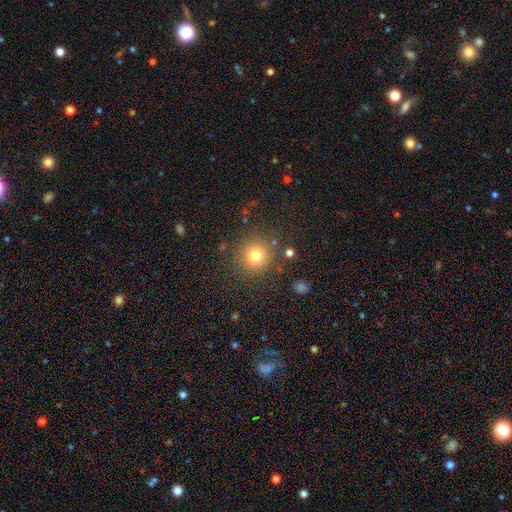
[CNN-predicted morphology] A smooth galaxy with no disk features (78%) that is round (93%). Merging: none (84%).